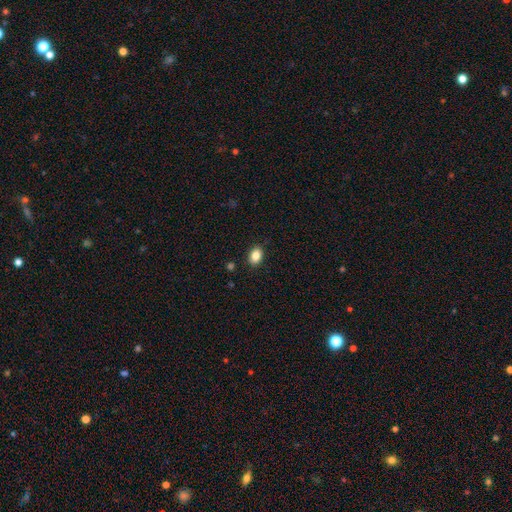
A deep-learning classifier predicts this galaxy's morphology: This appears to be a smooth galaxy with no disk features (85%) that is in between round and cigar-shaped (75%). Merging: none (87%).